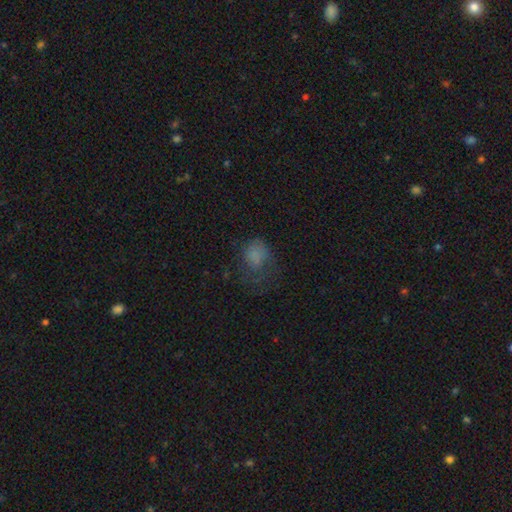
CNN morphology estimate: Overall: smooth (67%). How rounded: round (51%; in between 48%). Merging: none (38%; major disturbance 36%).